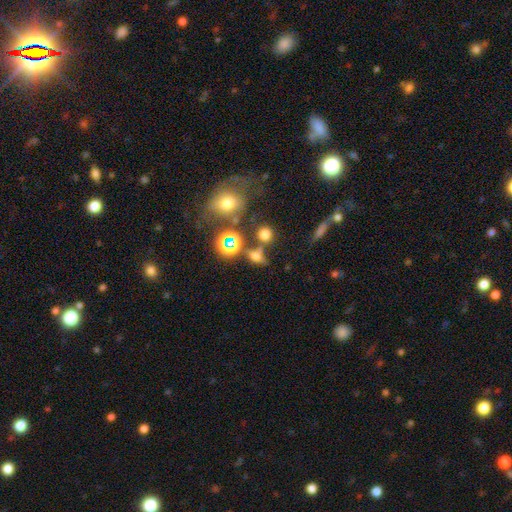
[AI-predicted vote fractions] A smooth galaxy with no disk features (56%) that is in between round and cigar-shaped (48%). Merging: none (55%).